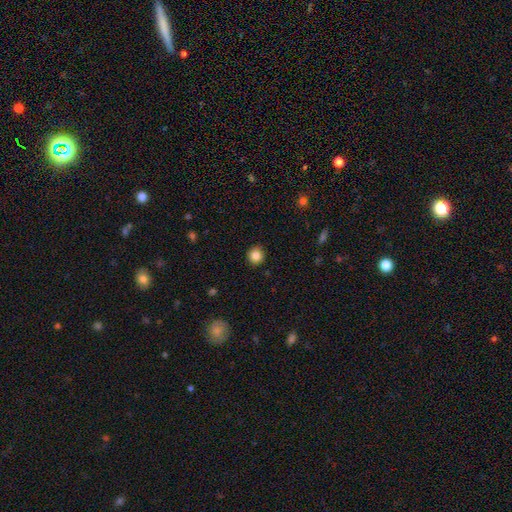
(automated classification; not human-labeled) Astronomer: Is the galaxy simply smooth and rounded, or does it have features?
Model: smooth — 84%.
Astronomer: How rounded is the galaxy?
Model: round — 92%.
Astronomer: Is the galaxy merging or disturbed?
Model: none — 92%.